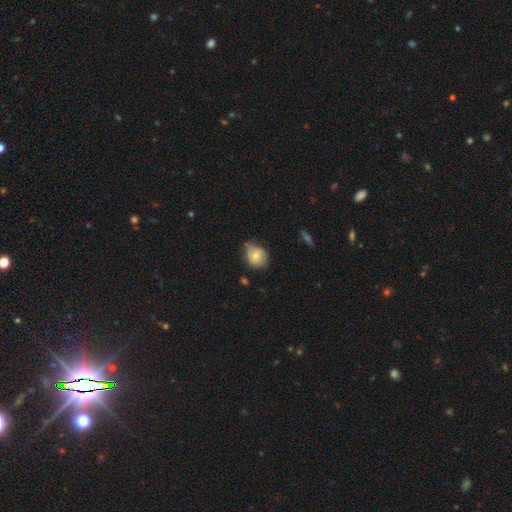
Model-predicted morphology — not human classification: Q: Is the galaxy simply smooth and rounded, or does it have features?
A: smooth — 70%.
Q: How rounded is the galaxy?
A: round — 64%.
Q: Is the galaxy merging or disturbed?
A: none — 50%.